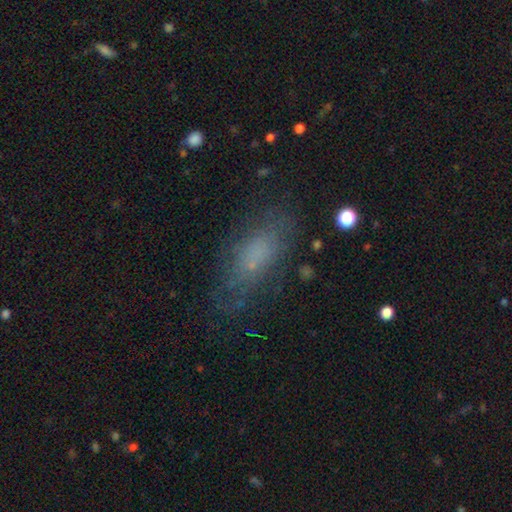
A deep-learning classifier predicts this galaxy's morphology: Smooth or featured: smooth — 57% (featured or disk — 25%)
How rounded: in between — 70% (cigar-shaped — 26%)
Merging: none — 74% (minor disturbance — 17%)